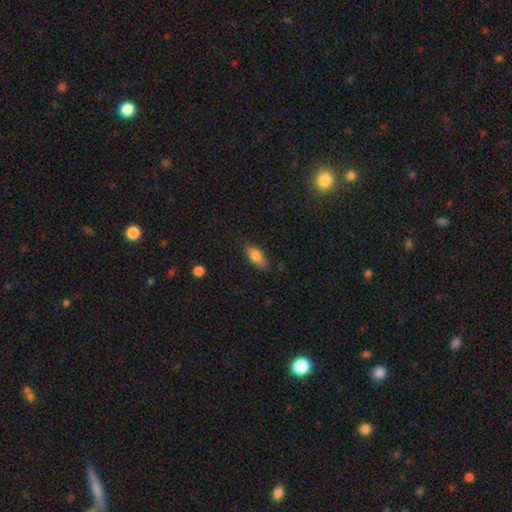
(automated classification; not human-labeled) This appears to be a smooth galaxy with no disk features (75%) that is in between round and cigar-shaped (71%). Merging: none (82%).